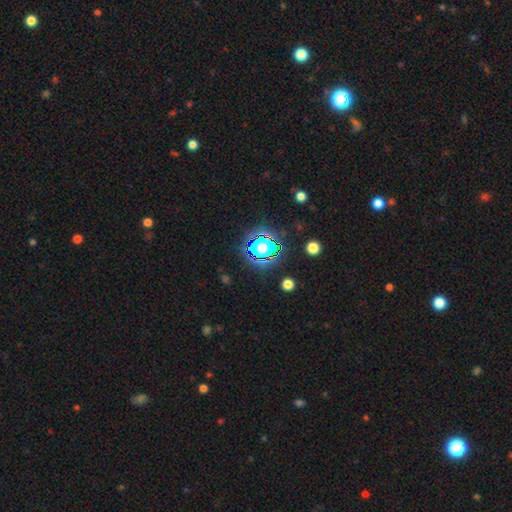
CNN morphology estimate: Overall: star or artifact (82%).